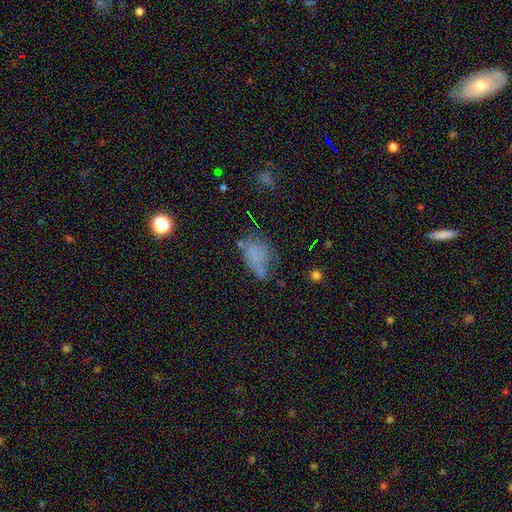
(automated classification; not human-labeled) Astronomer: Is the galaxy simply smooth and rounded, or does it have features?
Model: smooth — 59%.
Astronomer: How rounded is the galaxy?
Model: in between — 80%.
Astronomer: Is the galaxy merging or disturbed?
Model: none — 37% (runner-up: minor disturbance, 28%).